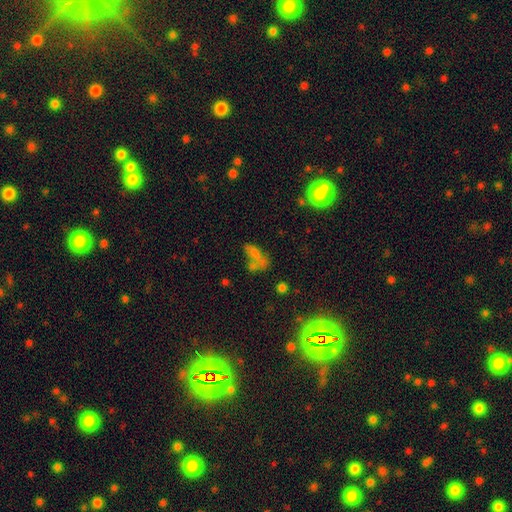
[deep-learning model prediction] Smooth or featured: smooth — 59% (featured or disk — 21%)
How rounded: in between — 79% (round — 11%)
Merging: merger — 43% (none — 27%)